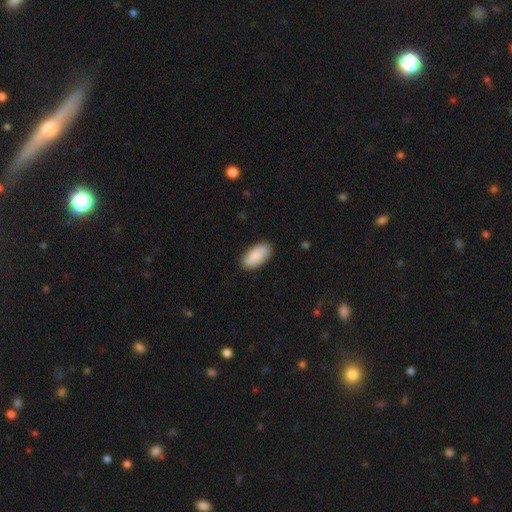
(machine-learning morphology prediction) Smooth or featured? smooth (84%)
How rounded? in between (91%)
Merging? none (83%)